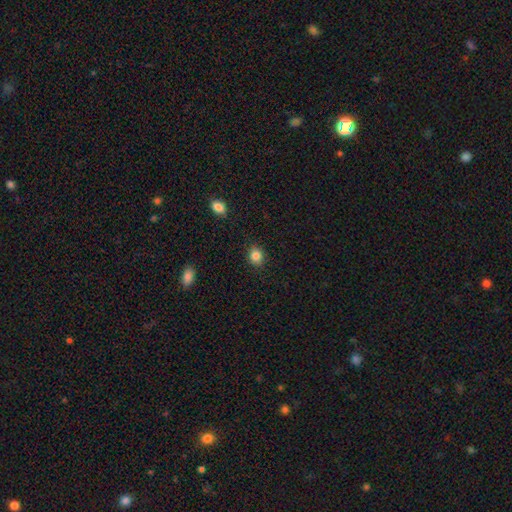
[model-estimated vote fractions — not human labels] A smooth galaxy with no disk features (85%) that is round (67%).

Vote fractions:
- Smooth or featured? smooth: 85% / star or artifact: 10% / featured or disk: 5%
- How rounded? round: 67% / in between: 32% / cigar-shaped: 1%
- Merging? none: 88% / minor disturbance: 8% / major disturbance: 2% / merger: 1%